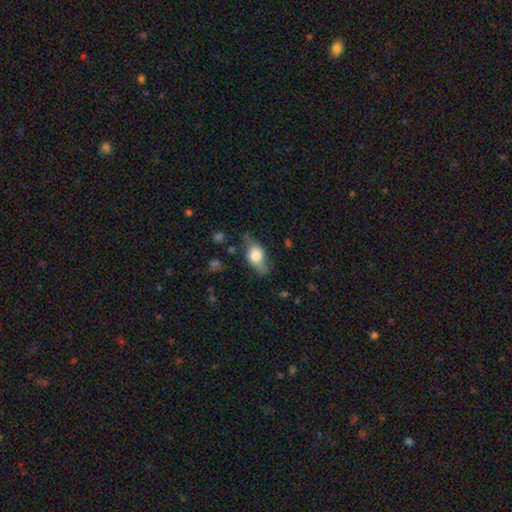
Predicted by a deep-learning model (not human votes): This is likely a smooth galaxy (69%). How rounded: clearly in between (81%). Merging: possibly none (58%).